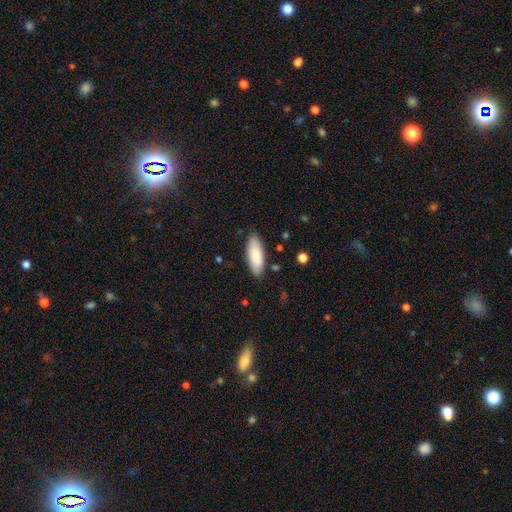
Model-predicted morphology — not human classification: A smooth galaxy with no disk features (83%) that is in between round and cigar-shaped (75%).

Vote fractions:
- Smooth or featured? smooth: 83% / featured or disk: 11% / star or artifact: 6%
- How rounded? in between: 75% / cigar-shaped: 24% / round: 2%
- Merging? none: 84% / minor disturbance: 12% / major disturbance: 2% / merger: 2%